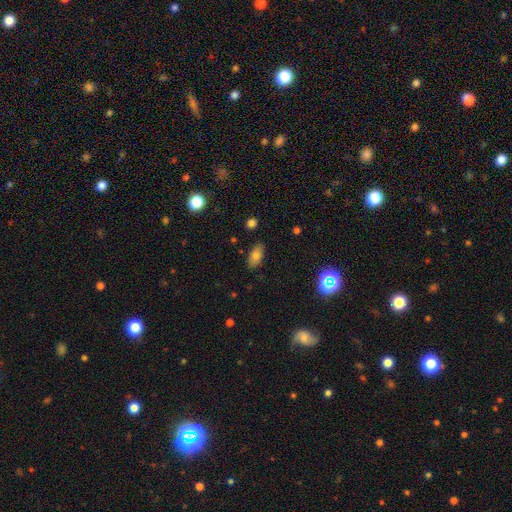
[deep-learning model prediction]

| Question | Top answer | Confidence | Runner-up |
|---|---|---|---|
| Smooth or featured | smooth | 75% | featured or disk (14%) |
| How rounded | in between | 89% | cigar-shaped (6%) |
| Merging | none | 86% | minor disturbance (10%) |